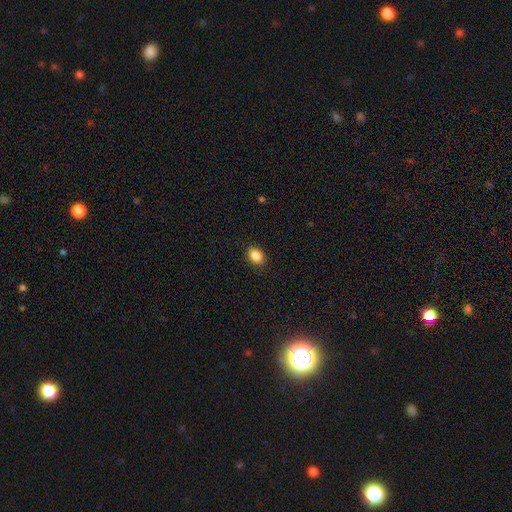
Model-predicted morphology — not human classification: Smooth or featured? smooth (87%)
How rounded? in between (69%)
Merging? none (89%)